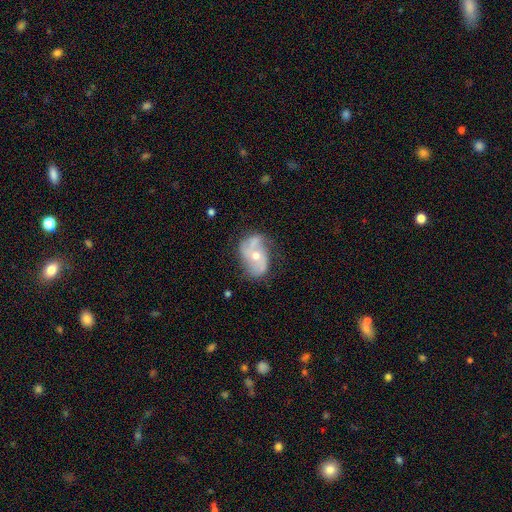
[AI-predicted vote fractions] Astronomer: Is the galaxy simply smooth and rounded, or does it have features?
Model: featured or disk — 72%.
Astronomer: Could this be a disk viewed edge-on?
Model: no — 96%.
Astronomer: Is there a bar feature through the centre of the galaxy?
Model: no — 69%.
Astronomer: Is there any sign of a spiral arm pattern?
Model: yes — 85%.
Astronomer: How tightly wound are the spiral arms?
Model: loose — 46% (runner-up: medium, 37%).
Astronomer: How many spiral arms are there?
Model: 2 — 66%.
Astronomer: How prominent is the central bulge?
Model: moderate — 55% (runner-up: small, 42%).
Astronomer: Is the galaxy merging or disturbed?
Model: none — 55%.